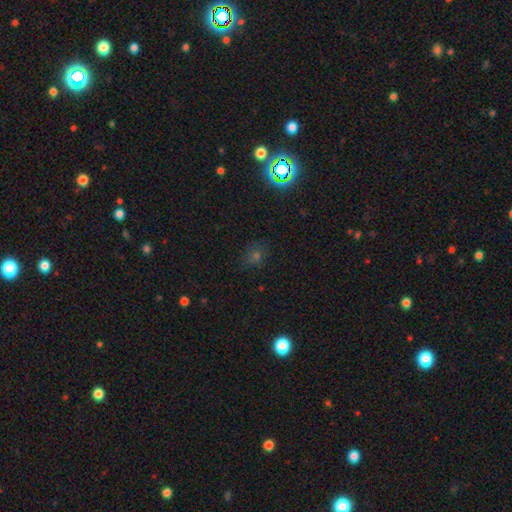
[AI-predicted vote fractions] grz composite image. It shows a smooth galaxy with no disk features (46%). Merging: none (78%).